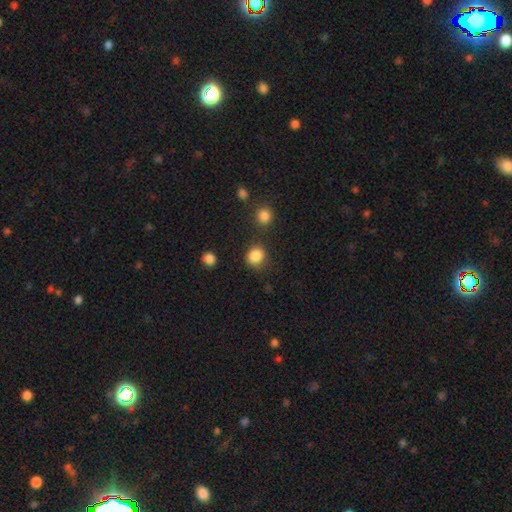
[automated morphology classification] The model was most divided on "how rounded": round: 77%, in between: 22%, cigar-shaped: 1%. More confident: smooth or featured — smooth (86%); merging — none (75%).